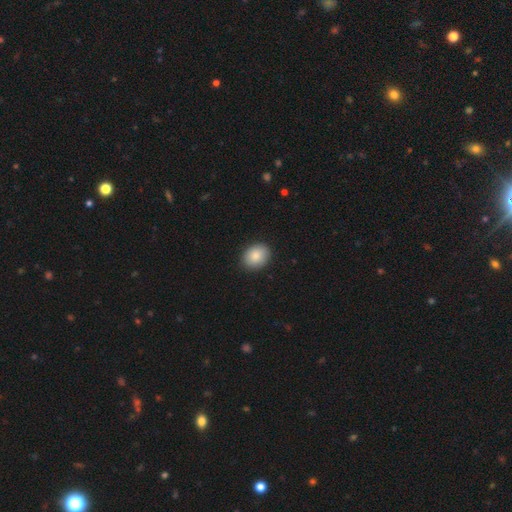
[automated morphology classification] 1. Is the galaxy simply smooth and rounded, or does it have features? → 87% smooth, 7% star or artifact, 6% featured or disk.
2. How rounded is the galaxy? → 56% in between, 44% round, 1% cigar-shaped.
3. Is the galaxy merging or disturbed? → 89% none, 8% minor disturbance, 2% major disturbance, 1% merger.